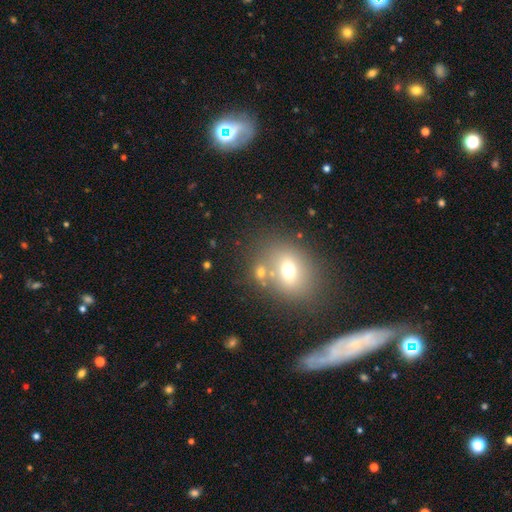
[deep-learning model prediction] Morphology: type=smooth (46%); merging=none (64%).